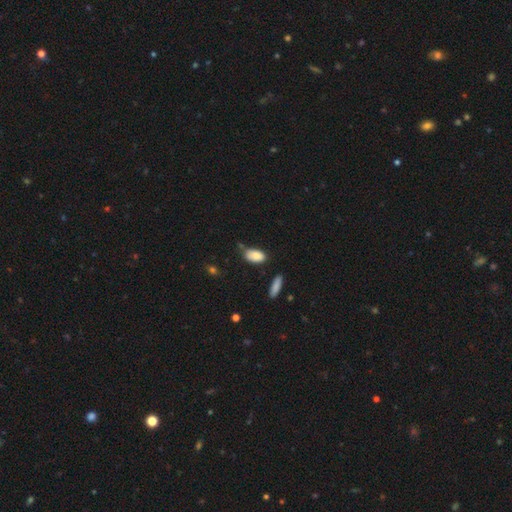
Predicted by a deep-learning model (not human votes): Overall: smooth (85%). How rounded: in between (92%). Merging: none (67%).